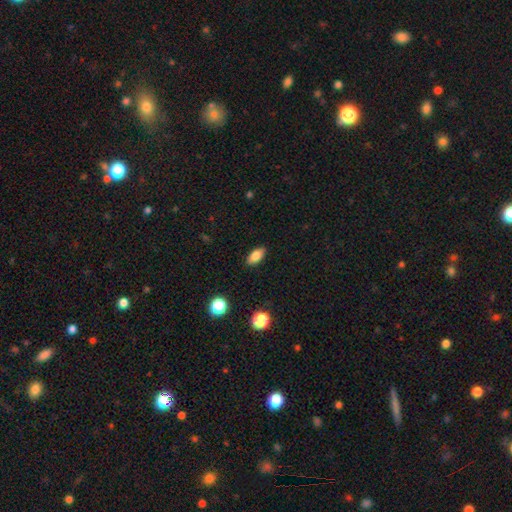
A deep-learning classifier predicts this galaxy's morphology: smooth-or-featured: smooth: 82% | star or artifact: 9% | featured or disk: 9%
  how-rounded: in between: 89% | cigar-shaped: 7% | round: 5%
  merging: none: 88% | minor disturbance: 8% | major disturbance: 2% | merger: 1%